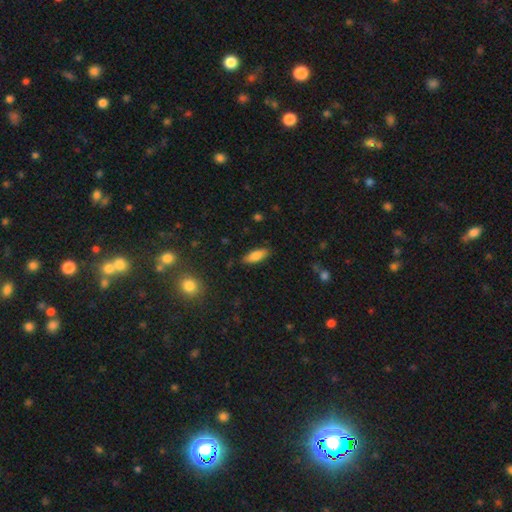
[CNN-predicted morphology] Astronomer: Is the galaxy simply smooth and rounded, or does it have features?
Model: smooth — 80%.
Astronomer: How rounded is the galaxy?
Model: in between — 67%.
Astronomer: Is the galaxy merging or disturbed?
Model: none — 85%.